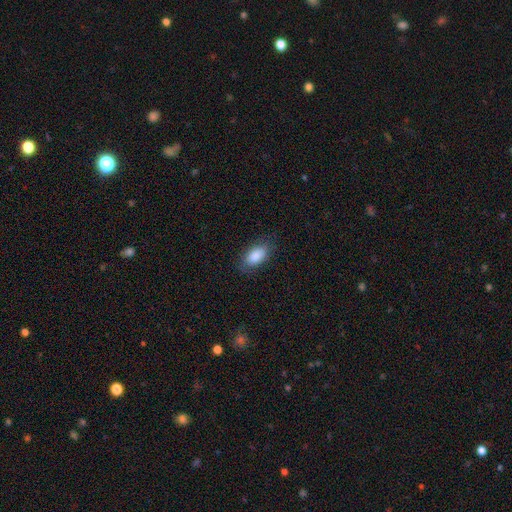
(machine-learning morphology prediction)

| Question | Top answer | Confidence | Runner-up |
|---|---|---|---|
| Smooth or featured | smooth | 88% | star or artifact (7%) |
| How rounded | in between | 91% | cigar-shaped (5%) |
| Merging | none | 82% | minor disturbance (13%) |